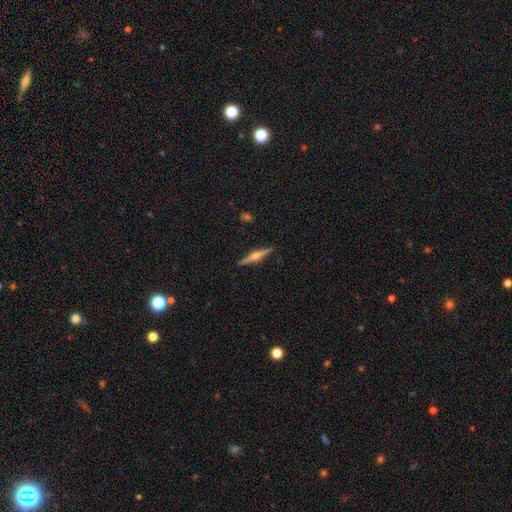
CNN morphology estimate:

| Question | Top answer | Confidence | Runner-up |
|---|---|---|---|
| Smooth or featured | featured or disk | 74% | smooth (20%) |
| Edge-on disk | yes | 98% | no (2%) |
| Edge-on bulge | rounded | 92% | boxy (5%) |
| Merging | none | 91% | minor disturbance (6%) |